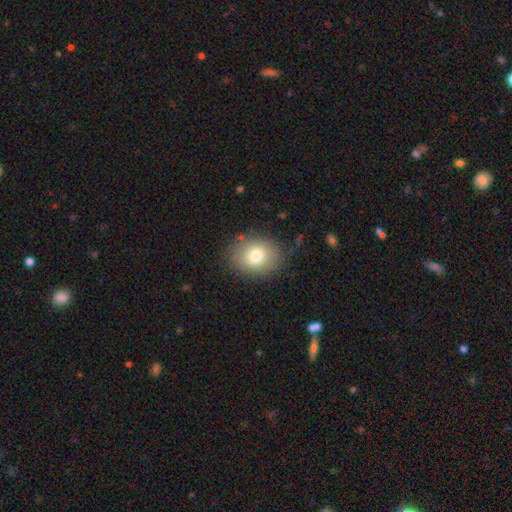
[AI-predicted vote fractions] Smooth or featured? smooth (78%)
How rounded? round (54%)
Merging? none (83%)